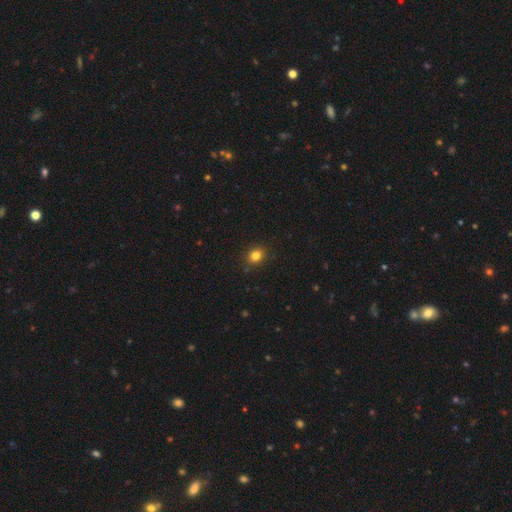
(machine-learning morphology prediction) A smooth galaxy with no disk features (82%) that is round (63%). Merging: none (89%).